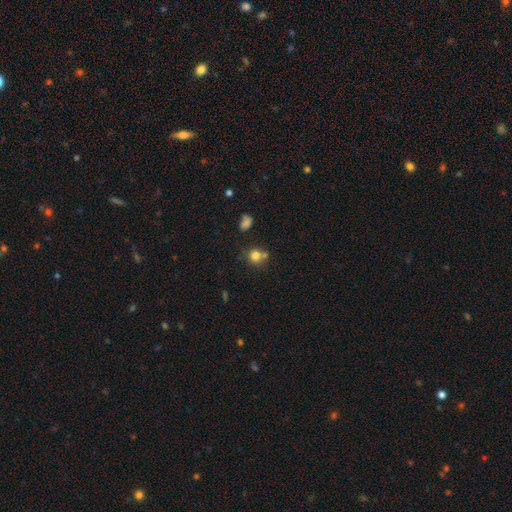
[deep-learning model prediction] smooth-or-featured: smooth: 78% | star or artifact: 13% | featured or disk: 10%
  how-rounded: round: 85% | in between: 14% | cigar-shaped: 1%
  merging: none: 59% | merger: 25% | minor disturbance: 12% | major disturbance: 4%